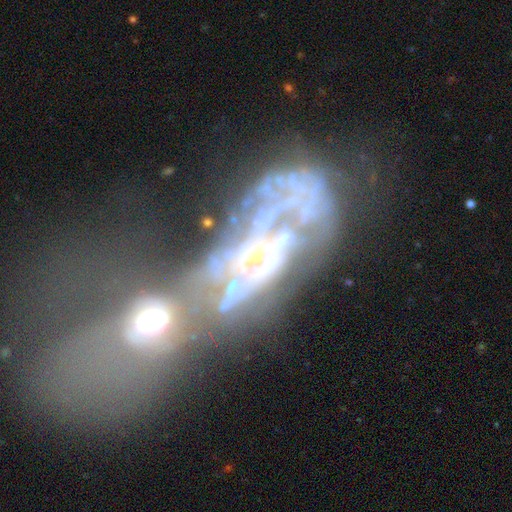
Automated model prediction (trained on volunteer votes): Smooth or featured? Predicted: featured or disk (p=0.59). Edge-on disk? Predicted: no (p=0.87). Bar? Predicted: no (p=0.75). Spiral arms? Predicted: no (p=0.63). Bulge size? Predicted: none (p=0.34). Merging? Predicted: merger (p=0.54).